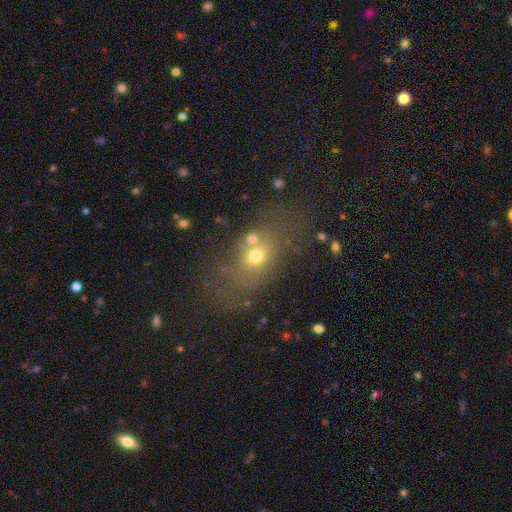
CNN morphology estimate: A smooth galaxy with no disk features (63%) that is in between round and cigar-shaped (68%). Merging: none (60%).